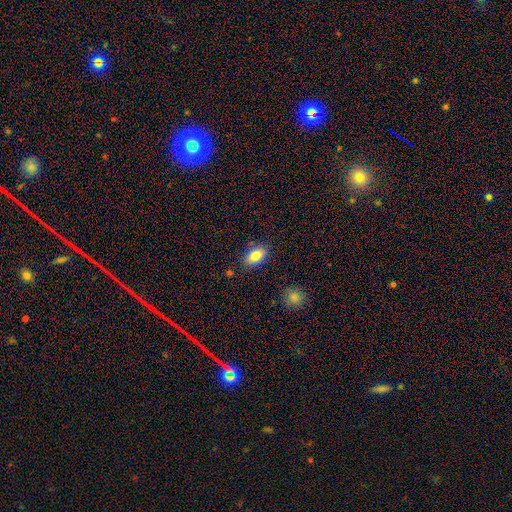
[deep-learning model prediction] This appears to be a smooth galaxy with no disk features (81%) that is in between round and cigar-shaped (88%). Merging: none (81%).